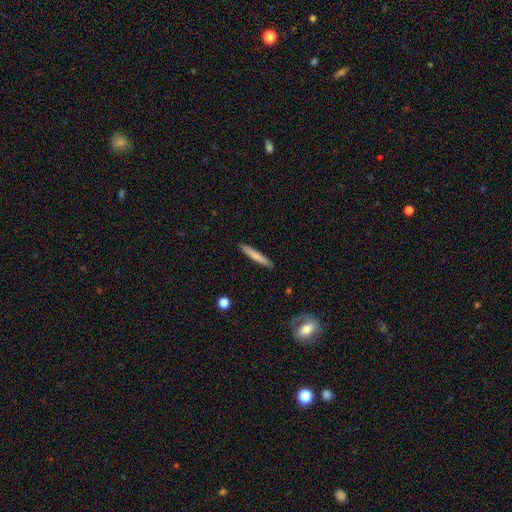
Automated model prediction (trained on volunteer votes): Smooth or featured: smooth — 74% (featured or disk — 20%)
How rounded: cigar-shaped — 94% (in between — 4%)
Merging: none — 91% (minor disturbance — 7%)